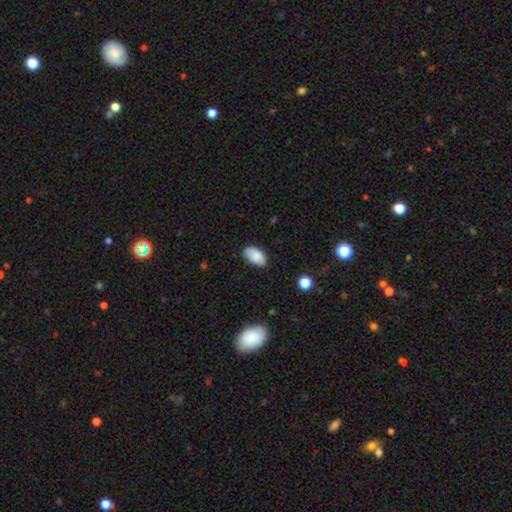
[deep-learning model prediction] This appears to be a smooth galaxy with no disk features (86%) that is in between round and cigar-shaped (94%). Merging: none (76%).